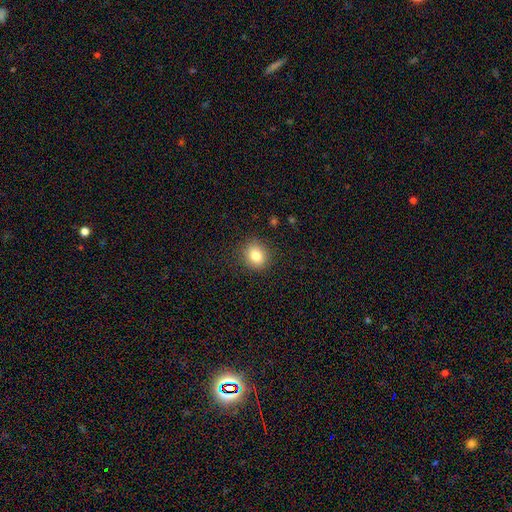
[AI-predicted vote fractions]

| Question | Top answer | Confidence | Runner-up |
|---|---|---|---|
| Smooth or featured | smooth | 81% | star or artifact (11%) |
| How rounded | round | 75% | in between (24%) |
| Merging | none | 88% | minor disturbance (8%) |